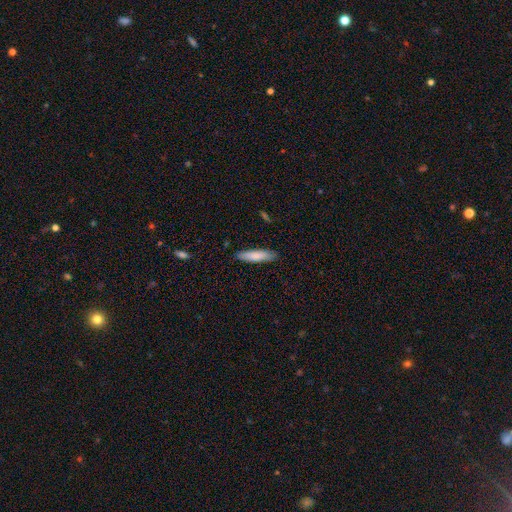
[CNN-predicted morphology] This appears to be a smooth galaxy with no disk features (82%) that is cigar-shaped (76%). Merging: none (87%).